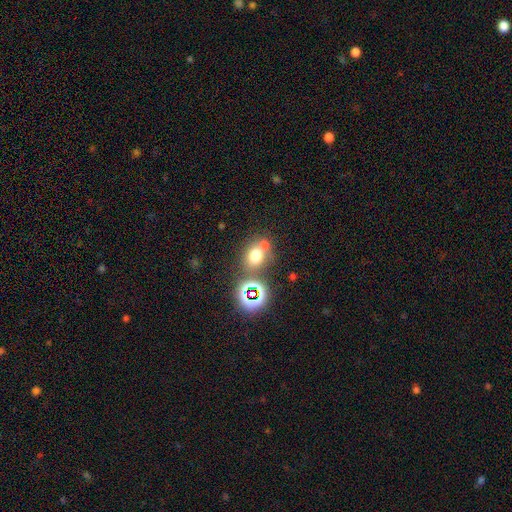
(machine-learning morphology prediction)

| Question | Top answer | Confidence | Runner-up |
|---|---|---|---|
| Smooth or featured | smooth | 64% | star or artifact (23%) |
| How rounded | round | 61% | in between (38%) |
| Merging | none | 56% | merger (27%) |